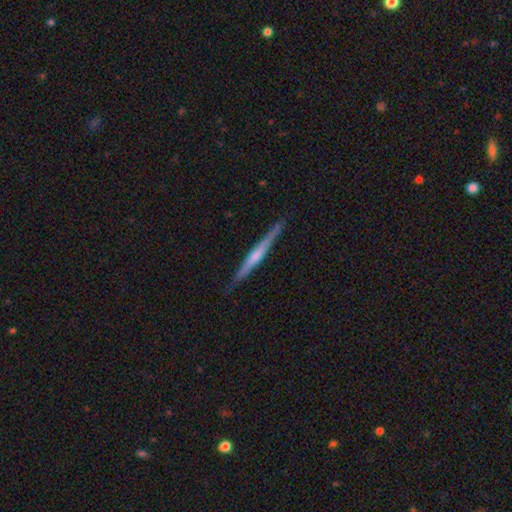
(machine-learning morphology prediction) Overall: featured or disk (71%). Edge-on disk: yes (98%). Edge-on bulge: rounded (57%; none 29%). Merging: none (90%).